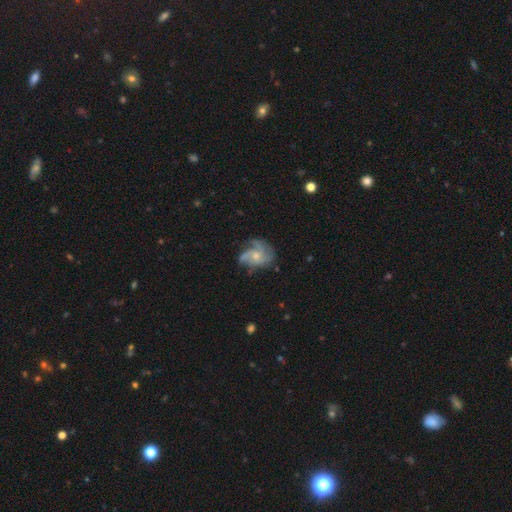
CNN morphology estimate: Smooth or featured? Predicted: featured or disk (p=0.81). Edge-on disk? Predicted: no (p=0.98). Bar? Predicted: no (p=0.76). Spiral arms? Predicted: yes (p=0.95). Spiral winding? Predicted: medium (p=0.47). Spiral arm count? Predicted: 3 (p=0.47). Bulge size? Predicted: small (p=0.57). Merging? Predicted: none (p=0.60).